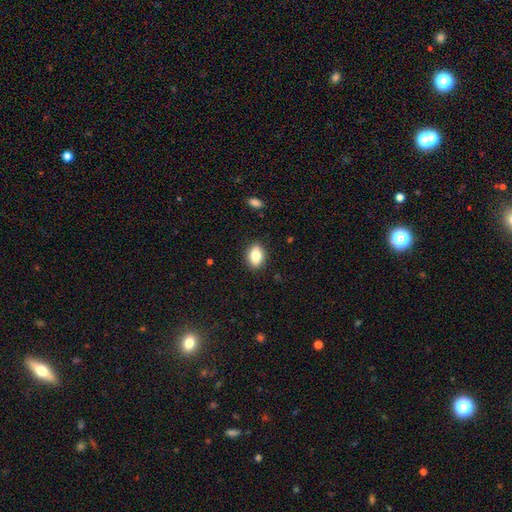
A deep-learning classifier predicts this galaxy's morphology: Smooth or featured?
  - smooth: 84% *
  - featured or disk: 8%
  - star or artifact: 8%
How rounded?
  - in between: 81% *
  - round: 17%
  - cigar-shaped: 2%
Merging?
  - none: 87% *
  - minor disturbance: 9%
  - major disturbance: 2%
  - merger: 1%